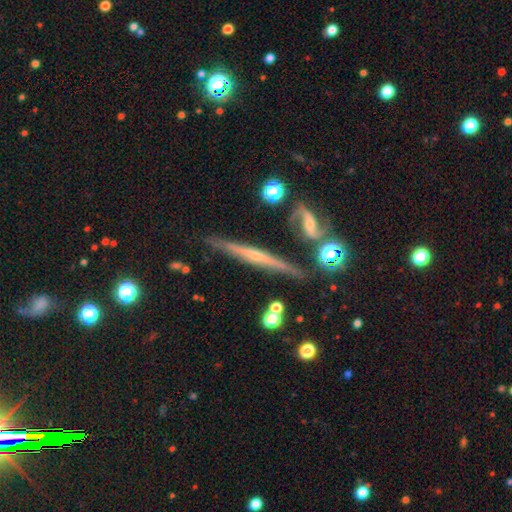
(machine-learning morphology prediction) A featured or disk galaxy (72%) viewed edge-on (95%) with a rounded central bulge (48%).

Vote fractions:
- Smooth or featured? featured or disk: 72% / smooth: 19% / star or artifact: 9%
- Edge-on disk? yes: 95% / no: 5%
- Edge-on bulge? rounded: 48% / none: 45% / boxy: 7%
- Merging? none: 79% / minor disturbance: 12% / merger: 6% / major disturbance: 3%